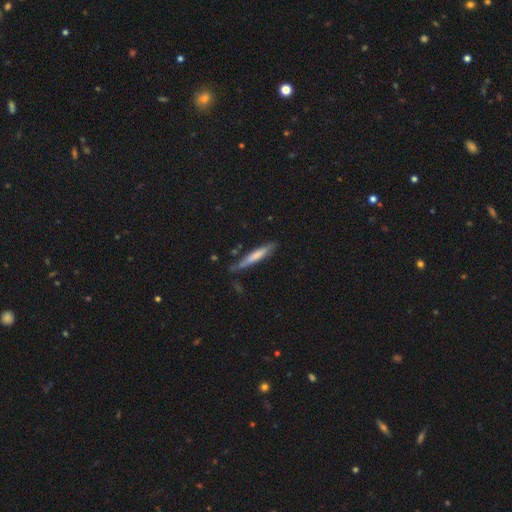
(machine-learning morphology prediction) This is likely a smooth galaxy (64%). How rounded: clearly cigar-shaped (92%). Merging: likely none (70%).